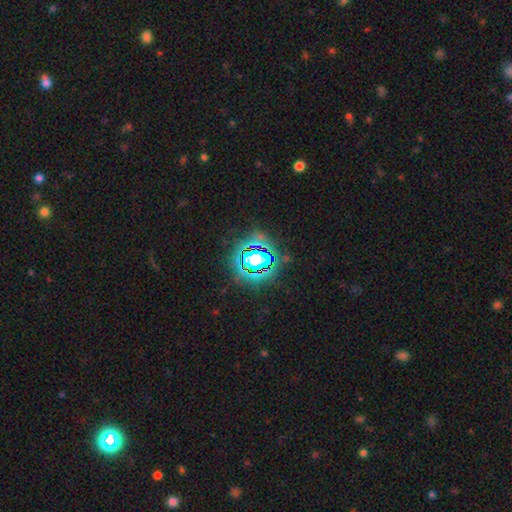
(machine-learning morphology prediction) Smooth or featured: star or artifact — 81% (smooth — 12%)